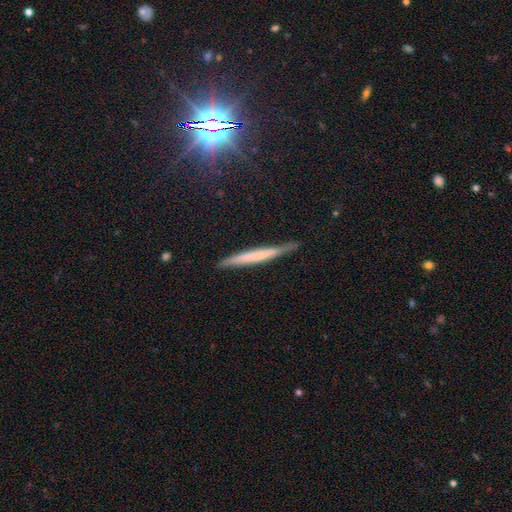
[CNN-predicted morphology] Q: Smooth or featured?
A: smooth (47%); runner-up: featured or disk (46%)
Q: Merging?
A: none (81%); runner-up: minor disturbance (15%)